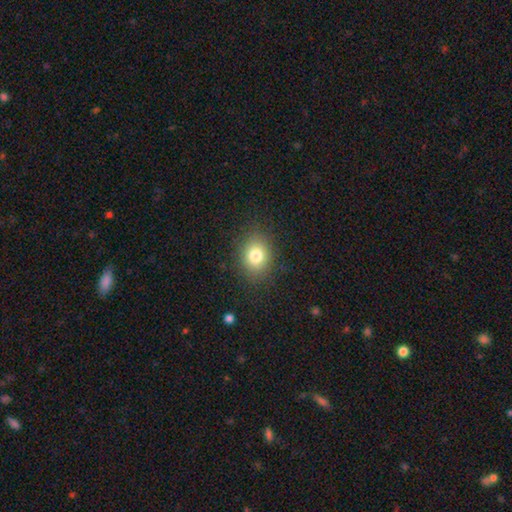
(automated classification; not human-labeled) smooth-or-featured: smooth: 79% | star or artifact: 12% | featured or disk: 9%
  how-rounded: round: 50% | in between: 49% | cigar-shaped: 1%
  merging: none: 86% | minor disturbance: 9% | major disturbance: 4% | merger: 1%